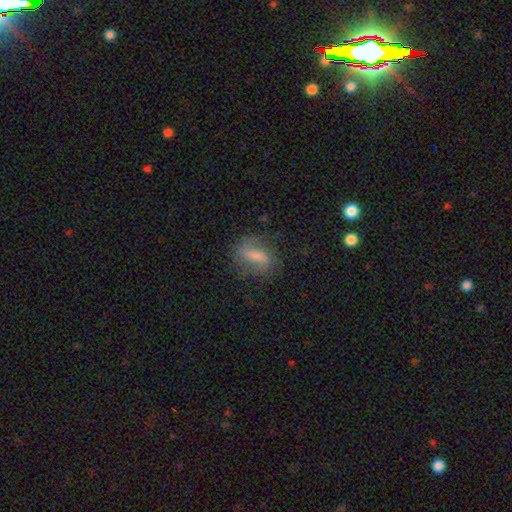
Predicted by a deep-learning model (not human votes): smooth-or-featured: featured or disk: 48% | smooth: 42% | star or artifact: 10%
  merging: none: 68% | minor disturbance: 20% | major disturbance: 10% | merger: 2%